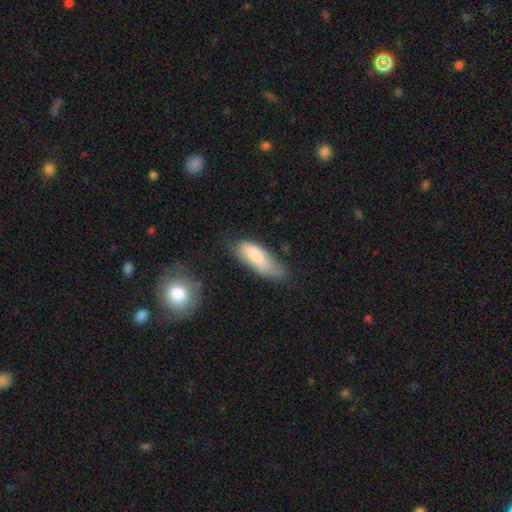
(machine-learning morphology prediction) This appears to be a smooth galaxy with no disk features (77%) that is in between round and cigar-shaped (65%). Merging: none (47%).